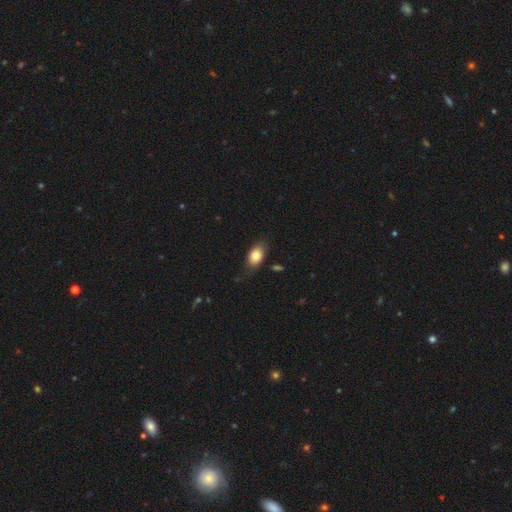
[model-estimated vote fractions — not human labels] A smooth galaxy with no disk features (81%) that is in between round and cigar-shaped (85%). Merging: none (75%).